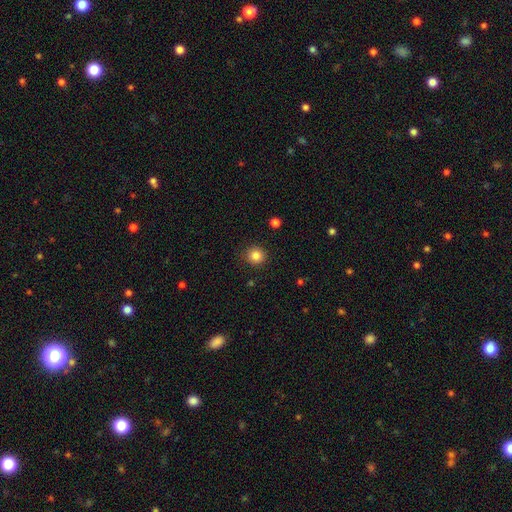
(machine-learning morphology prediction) smooth-or-featured: smooth: 84% | star or artifact: 11% | featured or disk: 5%
  how-rounded: round: 92% | in between: 7% | cigar-shaped: 1%
  merging: none: 90% | minor disturbance: 7% | major disturbance: 2% | merger: 1%